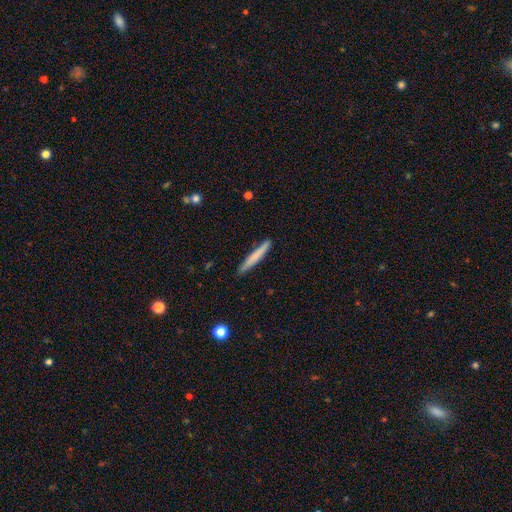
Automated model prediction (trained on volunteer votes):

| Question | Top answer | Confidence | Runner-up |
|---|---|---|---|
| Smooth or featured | smooth | 70% | featured or disk (24%) |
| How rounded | cigar-shaped | 96% | in between (3%) |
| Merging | none | 88% | minor disturbance (9%) |